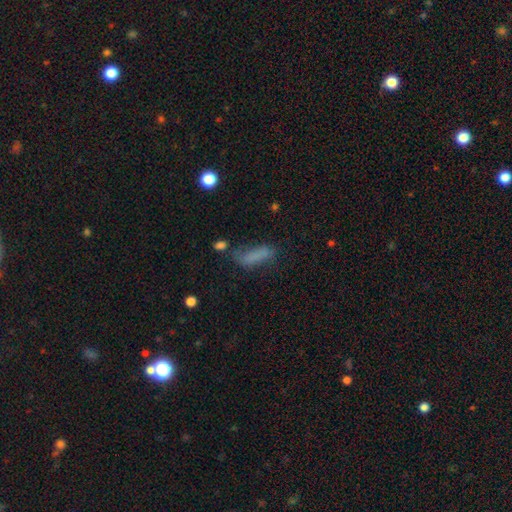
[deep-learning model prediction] Q: Smooth or featured?
A: smooth (73%); runner-up: featured or disk (14%)
Q: How rounded?
A: cigar-shaped (48%); tied with: in between (48%)
Q: Merging?
A: none (51%); runner-up: minor disturbance (24%)